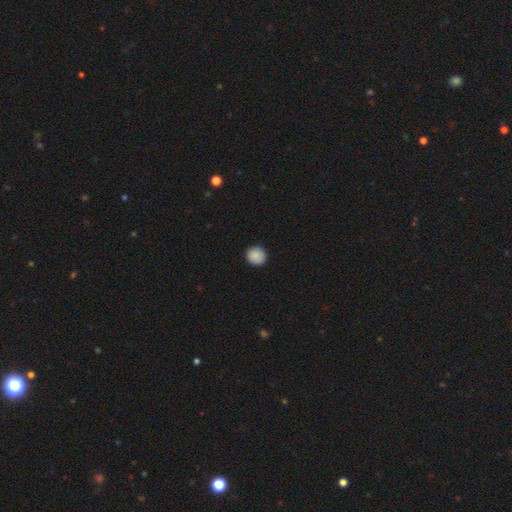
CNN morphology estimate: type=smooth (89%); roundness=round (93%); merging=none (92%).